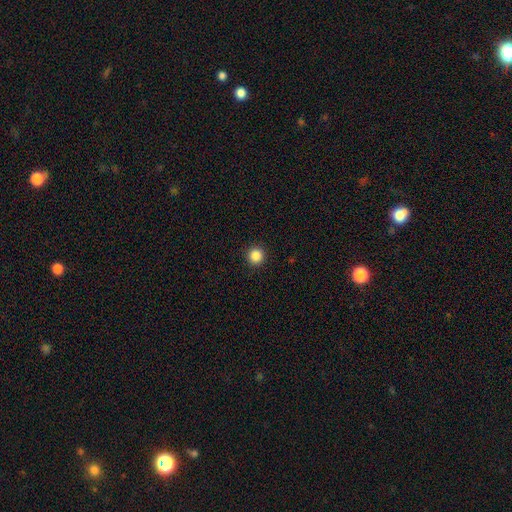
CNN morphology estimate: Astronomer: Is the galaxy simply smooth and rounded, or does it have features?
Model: smooth — 87%.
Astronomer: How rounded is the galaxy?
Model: round — 95%.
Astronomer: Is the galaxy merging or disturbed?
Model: none — 93%.